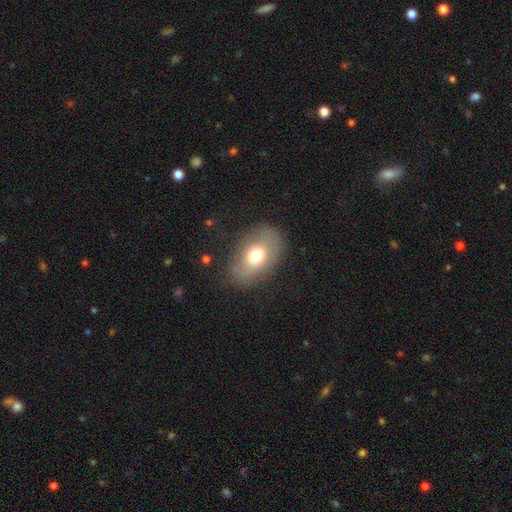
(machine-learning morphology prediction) Smooth or featured? smooth (66%)
How rounded? in between (82%)
Merging? none (74%)